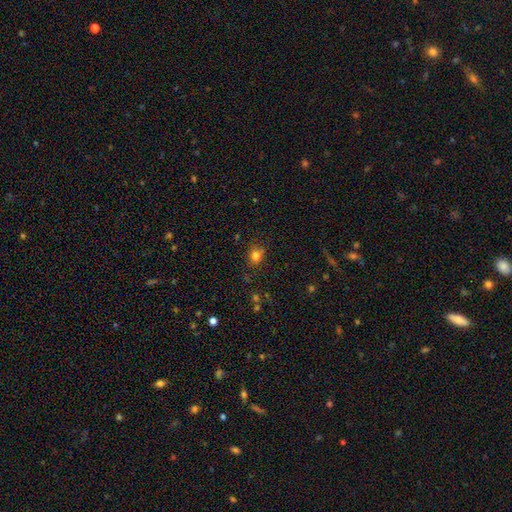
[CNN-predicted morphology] A smooth galaxy with no disk features (80%) that is round (66%).

Vote fractions:
- Smooth or featured? smooth: 80% / star or artifact: 14% / featured or disk: 6%
- How rounded? round: 66% / in between: 33% / cigar-shaped: 1%
- Merging? none: 79% / minor disturbance: 14% / major disturbance: 4% / merger: 2%